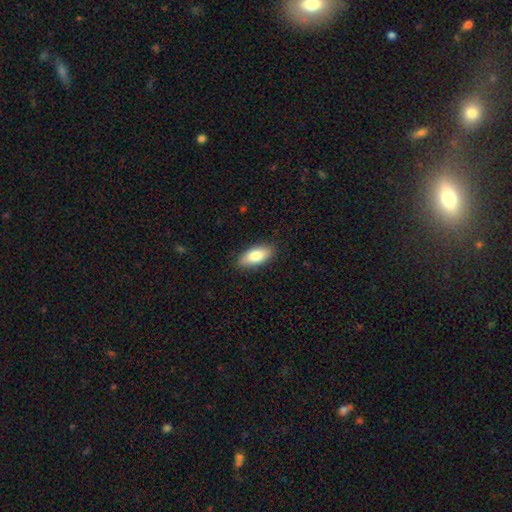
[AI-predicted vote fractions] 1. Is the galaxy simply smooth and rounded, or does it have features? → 82% smooth, 12% featured or disk, 6% star or artifact.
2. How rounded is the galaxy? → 87% in between, 11% cigar-shaped, 2% round.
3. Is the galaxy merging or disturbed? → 87% none, 10% minor disturbance, 2% major disturbance, 1% merger.